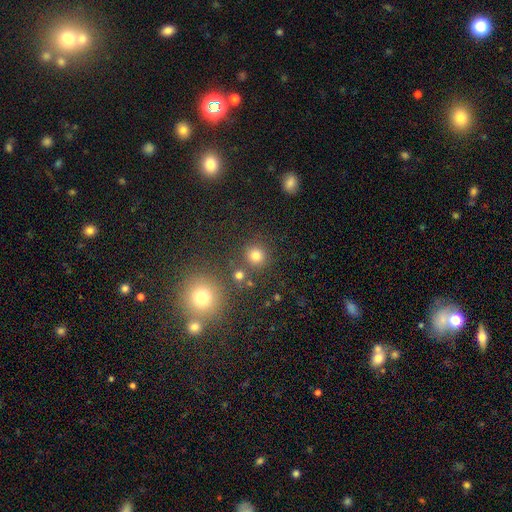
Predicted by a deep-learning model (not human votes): A smooth galaxy with no disk features (79%) that is round (91%).

Vote fractions:
- Smooth or featured? smooth: 79% / star or artifact: 16% / featured or disk: 5%
- How rounded? round: 91% / in between: 8% / cigar-shaped: 1%
- Merging? none: 81% / merger: 8% / minor disturbance: 7% / major disturbance: 3%